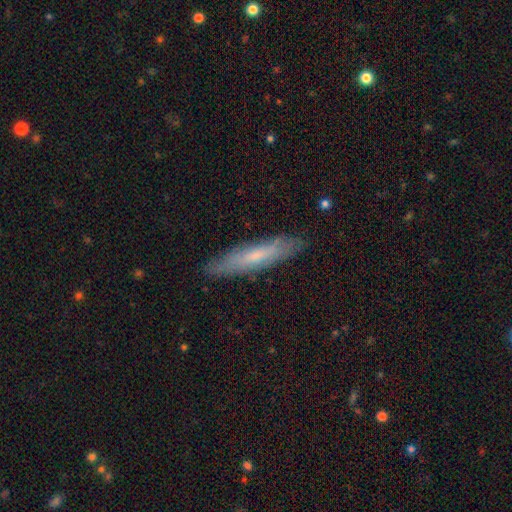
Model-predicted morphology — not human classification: smooth 53%, featured or disk 41%, star or artifact 6%. Down the decision tree: how rounded — cigar-shaped (86%); merging — none (86%).